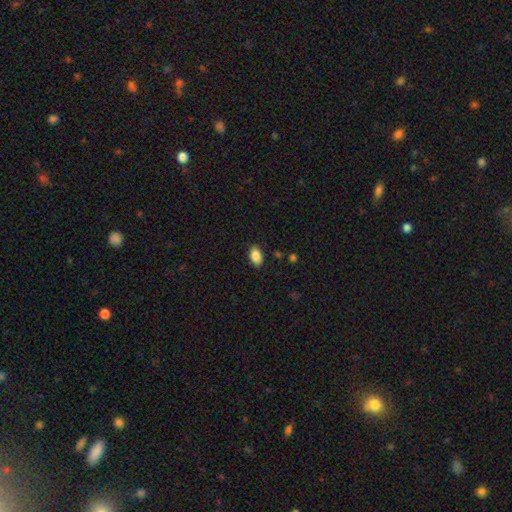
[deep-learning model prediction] Smooth or featured? smooth (88%)
How rounded? in between (91%)
Merging? none (88%)